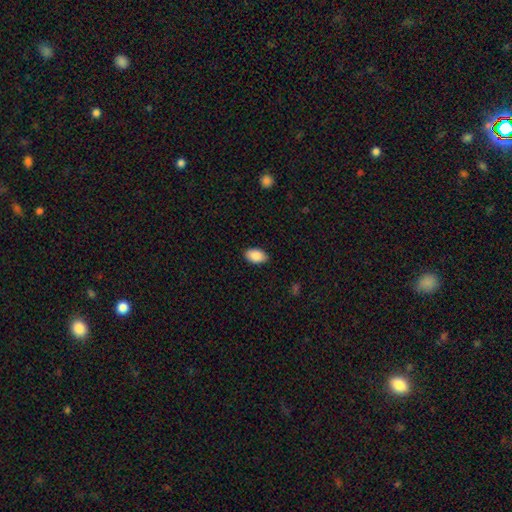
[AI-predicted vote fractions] smooth-or-featured: smooth: 89% | star or artifact: 7% | featured or disk: 4%
  how-rounded: in between: 93% | round: 6% | cigar-shaped: 1%
  merging: none: 86% | minor disturbance: 11% | major disturbance: 2% | merger: 1%